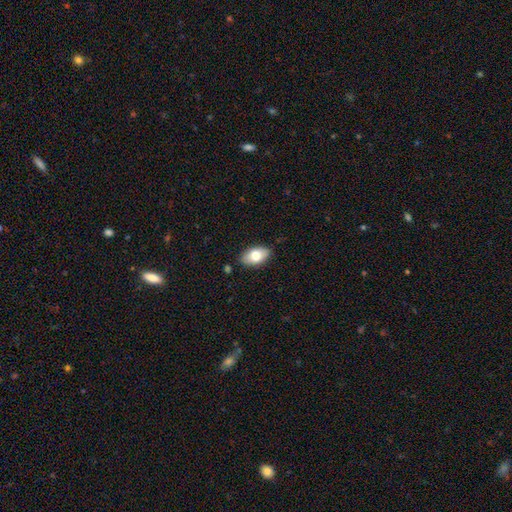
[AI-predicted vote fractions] smooth_or_featured: smooth (p=0.76) [alt: featured or disk p=0.17]
how_rounded: in between (p=0.93) [alt: round p=0.05]
merging: none (p=0.85) [alt: minor disturbance p=0.12]